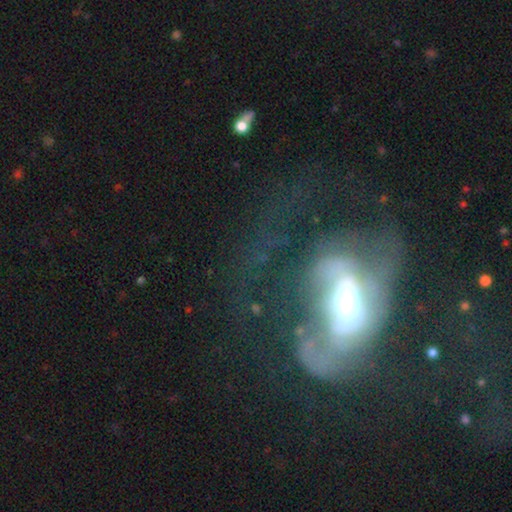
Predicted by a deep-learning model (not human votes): Q: Smooth or featured?
A: featured or disk (68%); runner-up: smooth (22%)
Q: Edge-on disk?
A: no (94%); runner-up: yes (6%)
Q: Bar?
A: no (47%); runner-up: weak (34%)
Q: Spiral arms?
A: yes (56%); runner-up: no (44%)
Q: Bulge size?
A: moderate (64%); runner-up: small (20%)
Q: Merging?
A: major disturbance (58%); runner-up: none (22%)